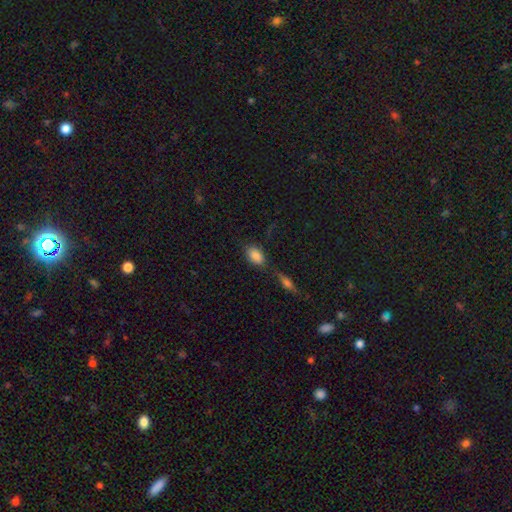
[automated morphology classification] Smooth or featured: smooth — 84% (star or artifact — 9%)
How rounded: in between — 88% (round — 9%)
Merging: none — 62% (merger — 17%)